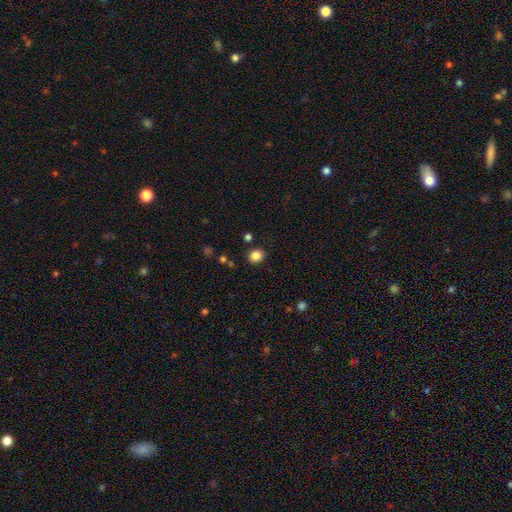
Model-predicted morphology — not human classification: Smooth or featured? Predicted: smooth (p=0.85). How rounded? Predicted: round (p=0.72). Merging? Predicted: none (p=0.87).